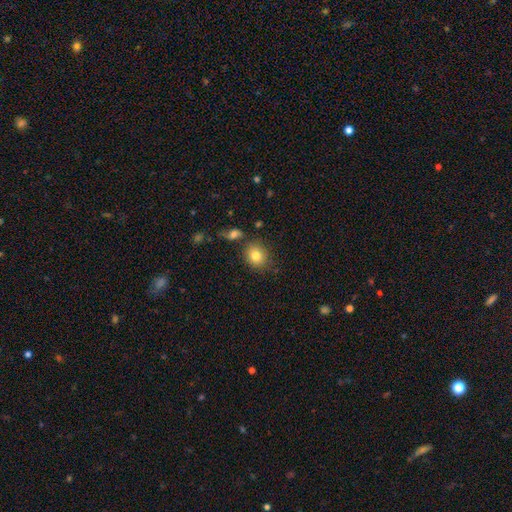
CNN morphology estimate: The model was most divided on "how rounded": round: 63%, in between: 36%, cigar-shaped: 1%. More confident: smooth or featured — smooth (81%); merging — none (78%).